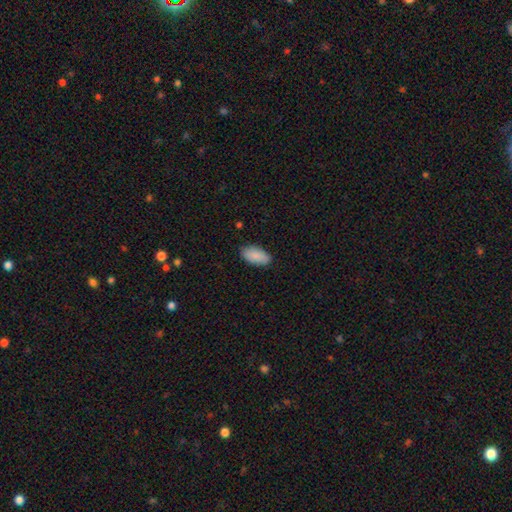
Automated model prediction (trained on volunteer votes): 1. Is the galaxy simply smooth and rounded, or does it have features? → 89% smooth, 6% star or artifact, 5% featured or disk.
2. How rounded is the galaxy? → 94% in between, 4% cigar-shaped, 2% round.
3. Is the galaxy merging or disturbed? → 86% none, 11% minor disturbance, 2% major disturbance, 1% merger.